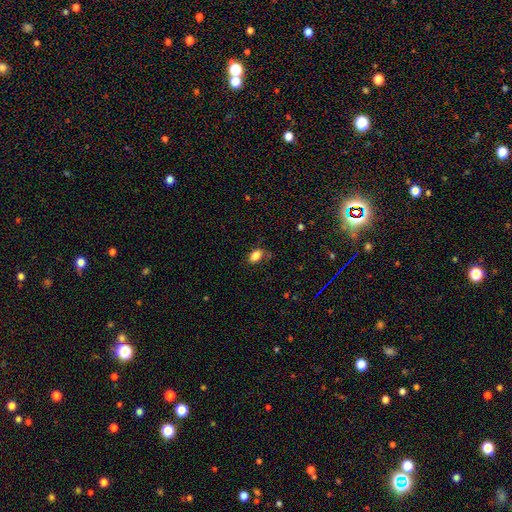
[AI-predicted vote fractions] Overall: smooth (83%). How rounded: in between (87%). Merging: none (70%).